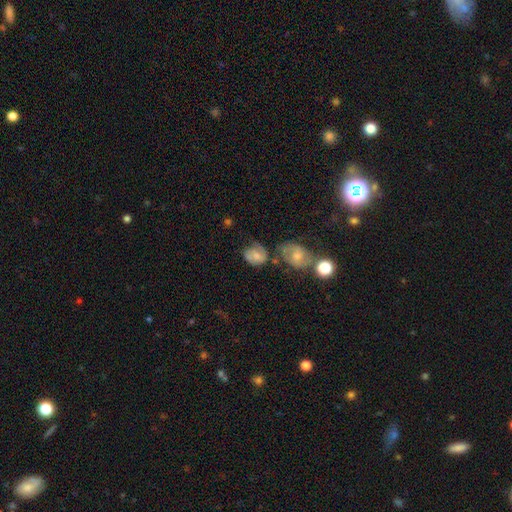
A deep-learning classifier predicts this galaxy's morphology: smooth-or-featured: smooth: 56% | featured or disk: 34% | star or artifact: 9%
  how-rounded: round: 53% | in between: 46% | cigar-shaped: 1%
  merging: none: 44% | minor disturbance: 27% | major disturbance: 15% | merger: 13%